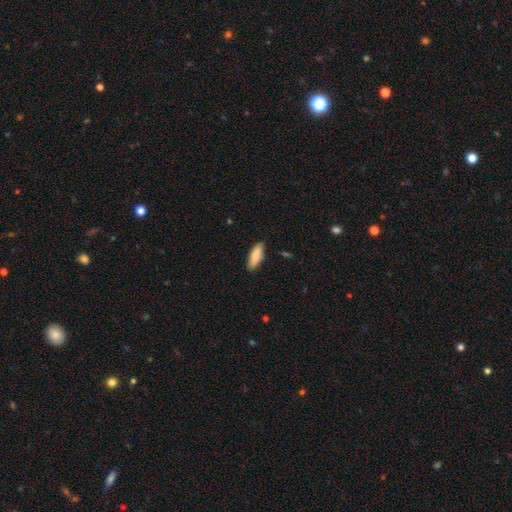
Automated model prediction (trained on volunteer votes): Smooth or featured?
  - smooth: 86% *
  - featured or disk: 9%
  - star or artifact: 6%
How rounded?
  - in between: 66% *
  - cigar-shaped: 32%
  - round: 2%
Merging?
  - none: 85% *
  - minor disturbance: 12%
  - major disturbance: 2%
  - merger: 1%